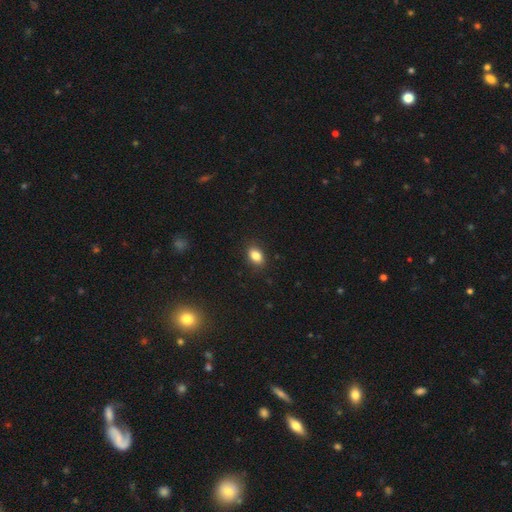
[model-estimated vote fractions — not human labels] Smooth or featured: smooth — 84% (star or artifact — 10%)
How rounded: in between — 82% (round — 16%)
Merging: none — 87% (minor disturbance — 10%)